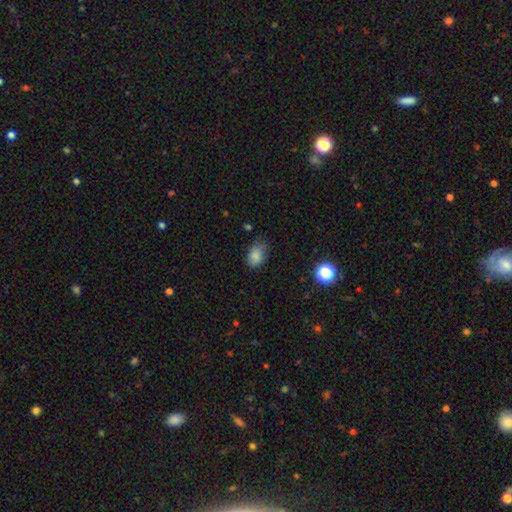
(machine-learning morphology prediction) smooth 83%, star or artifact 10%, featured or disk 7%. Down the decision tree: how rounded — in between (84%); merging — none (60%).